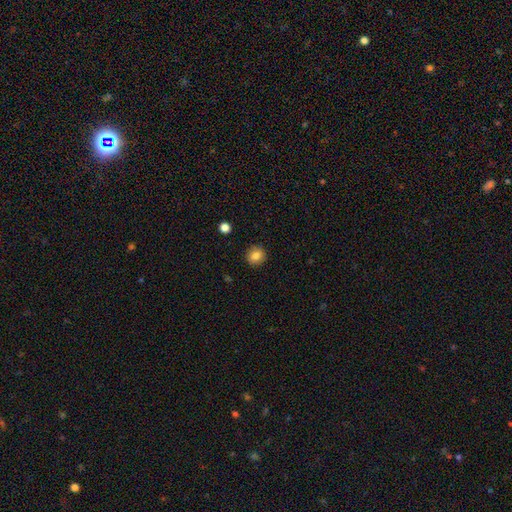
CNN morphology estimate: smooth-or-featured: smooth: 83% | star or artifact: 9% | featured or disk: 8%
  how-rounded: round: 87% | in between: 12% | cigar-shaped: 1%
  merging: none: 91% | minor disturbance: 6% | major disturbance: 2% | merger: 1%